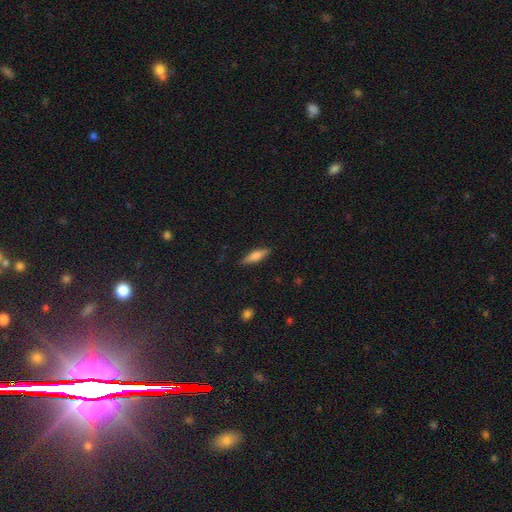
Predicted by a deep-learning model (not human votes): Overall: smooth (64%; featured or disk 29%). How rounded: cigar-shaped (67%; in between 31%). Merging: none (88%).